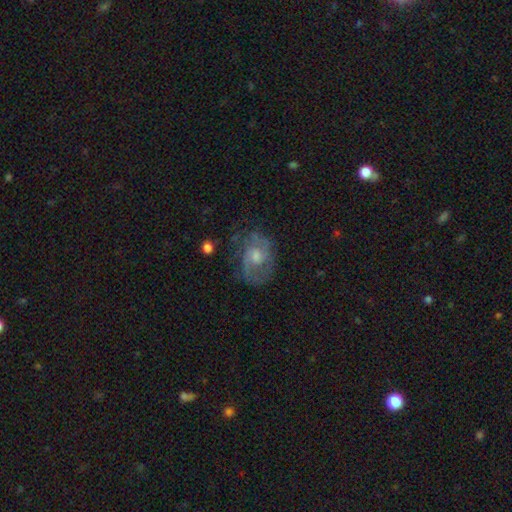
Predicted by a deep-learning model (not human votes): smooth_or_featured: featured or disk (p=0.72) [alt: smooth p=0.19]
disk_edge_on: no (p=0.97) [alt: yes p=0.03]
bar: no (p=0.63) [alt: weak p=0.32]
has_spiral_arms: yes (p=0.86) [alt: no p=0.14]
spiral_winding: medium (p=0.47) [alt: tight p=0.34]
spiral_arm_count: 2 (p=0.64) [alt: can't tell p=0.20]
bulge_size: moderate (p=0.58) [alt: small p=0.28]
merging: none (p=0.67) [alt: minor disturbance p=0.20]